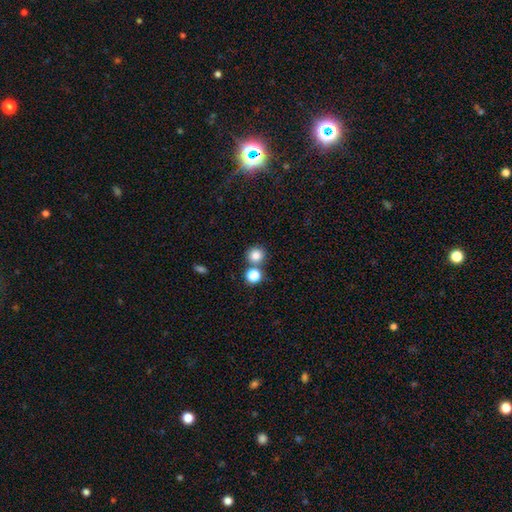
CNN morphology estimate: Smooth or featured? Predicted: smooth (p=0.82). How rounded? Predicted: round (p=0.92). Merging? Predicted: none (p=0.69).